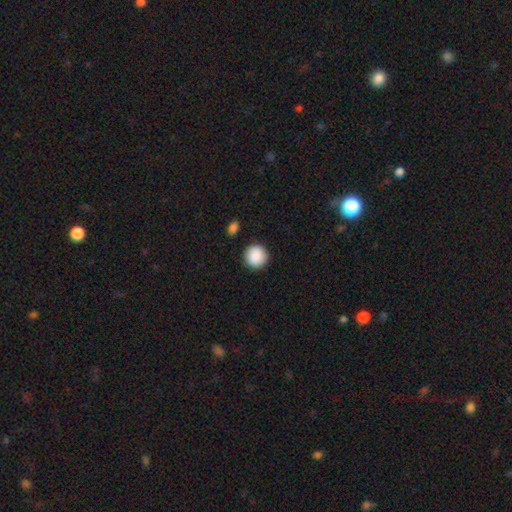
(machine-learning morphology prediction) smooth-or-featured: smooth: 89% | star or artifact: 7% | featured or disk: 3%
  how-rounded: round: 95% | in between: 4% | cigar-shaped: 1%
  merging: none: 90% | minor disturbance: 6% | major disturbance: 2% | merger: 2%